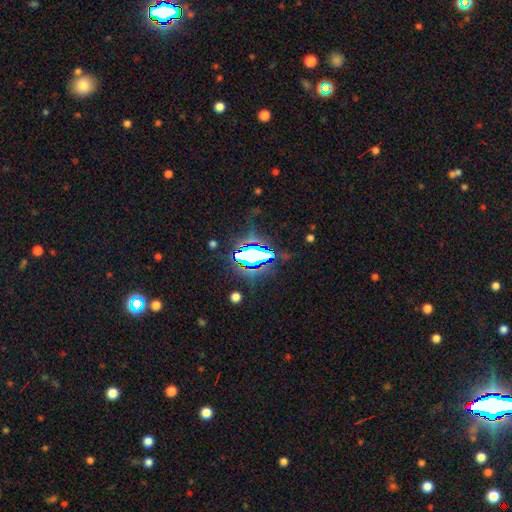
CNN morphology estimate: type=star or artifact (62%).